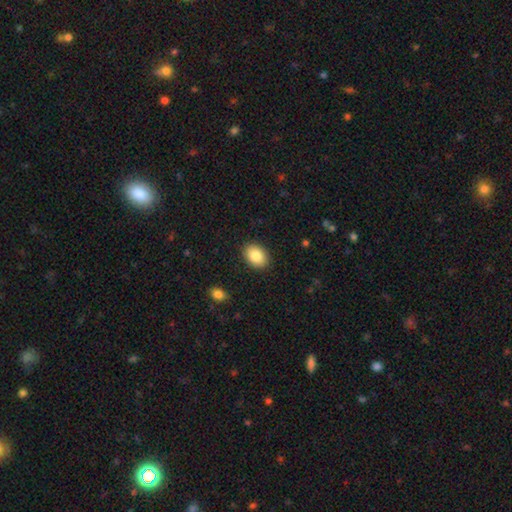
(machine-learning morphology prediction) smooth 86%, star or artifact 7%, featured or disk 6%. Down the decision tree: how rounded — in between (79%); merging — none (89%).